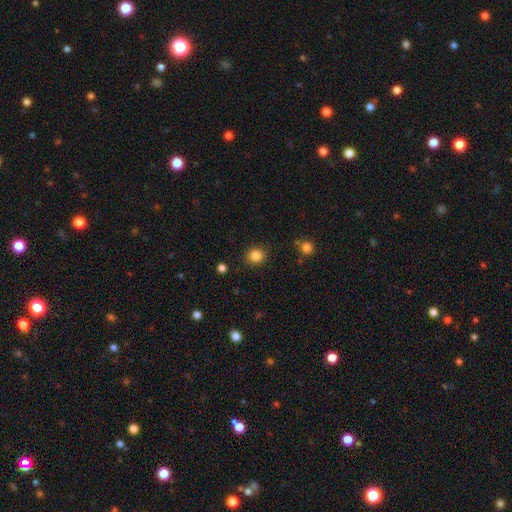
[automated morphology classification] This is clearly a smooth galaxy (85%). How rounded: clearly round (87%). Merging: clearly none (88%).